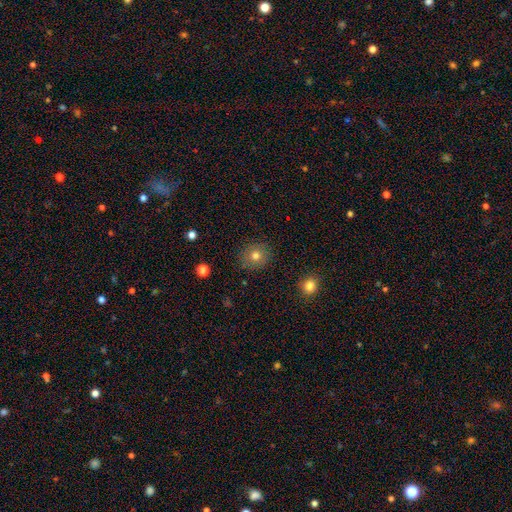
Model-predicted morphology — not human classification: Smooth or featured? smooth (76%)
How rounded? round (84%)
Merging? none (88%)